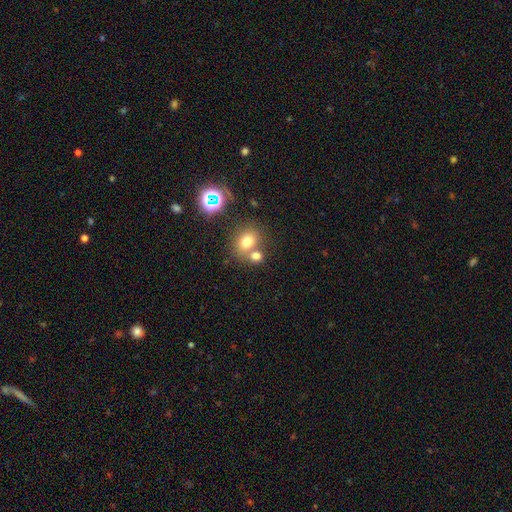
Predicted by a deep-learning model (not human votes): Smooth or featured? Predicted: smooth (p=0.72). How rounded? Predicted: round (p=0.62). Merging? Predicted: none (p=0.49).